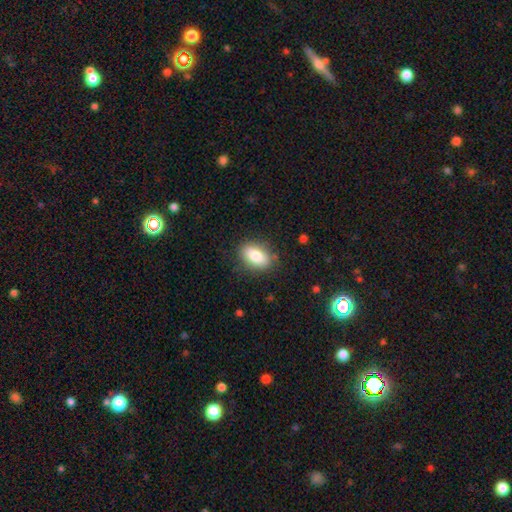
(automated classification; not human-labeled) A smooth galaxy with no disk features (82%) that is in between round and cigar-shaped (87%).

Vote fractions:
- Smooth or featured? smooth: 82% / featured or disk: 10% / star or artifact: 7%
- How rounded? in between: 87% / round: 9% / cigar-shaped: 3%
- Merging? none: 83% / minor disturbance: 12% / major disturbance: 3% / merger: 1%